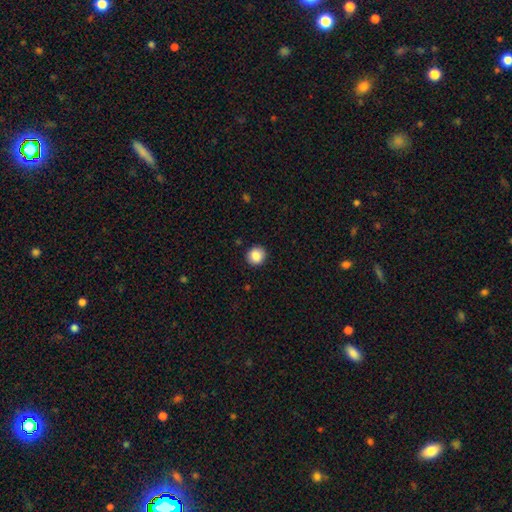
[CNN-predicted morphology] Smooth or featured: smooth — 87% (star or artifact — 9%)
How rounded: round — 92% (in between — 7%)
Merging: none — 91% (minor disturbance — 6%)